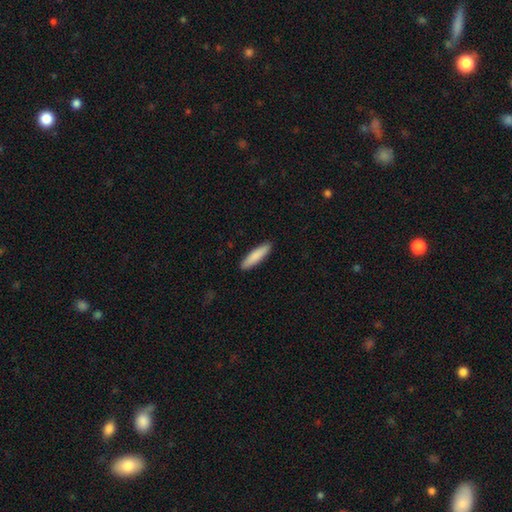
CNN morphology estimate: Smooth or featured: smooth — 86% (featured or disk — 9%)
How rounded: cigar-shaped — 78% (in between — 21%)
Merging: none — 91% (minor disturbance — 7%)